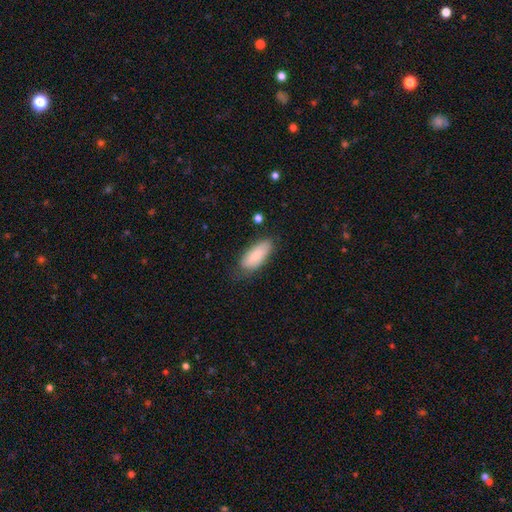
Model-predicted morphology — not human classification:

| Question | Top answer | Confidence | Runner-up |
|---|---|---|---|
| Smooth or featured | smooth | 82% | featured or disk (11%) |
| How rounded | in between | 83% | cigar-shaped (15%) |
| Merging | none | 67% | minor disturbance (25%) |